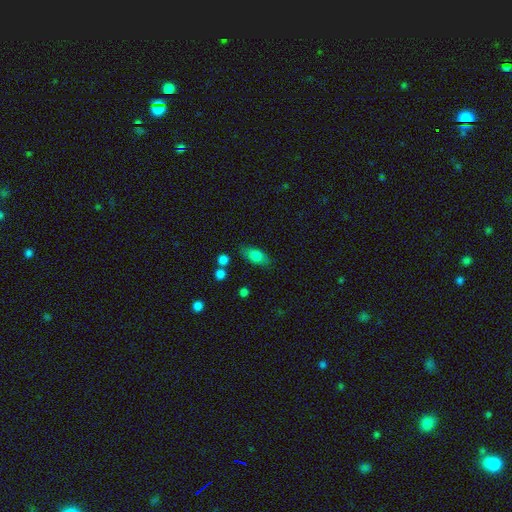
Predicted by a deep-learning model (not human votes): A smooth galaxy with no disk features (81%) that is in between round and cigar-shaped (85%).

Vote fractions:
- Smooth or featured? smooth: 81% / featured or disk: 11% / star or artifact: 9%
- How rounded? in between: 85% / cigar-shaped: 8% / round: 7%
- Merging? none: 74% / minor disturbance: 16% / major disturbance: 5% / merger: 5%